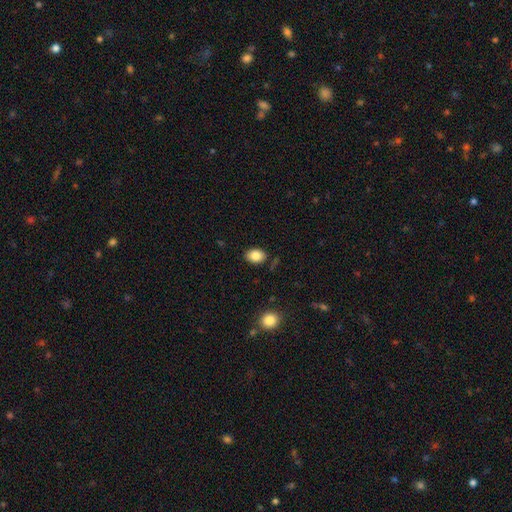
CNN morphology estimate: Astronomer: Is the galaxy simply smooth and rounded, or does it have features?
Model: smooth — 84%.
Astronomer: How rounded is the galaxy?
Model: in between — 77%.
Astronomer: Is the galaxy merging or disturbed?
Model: none — 84%.